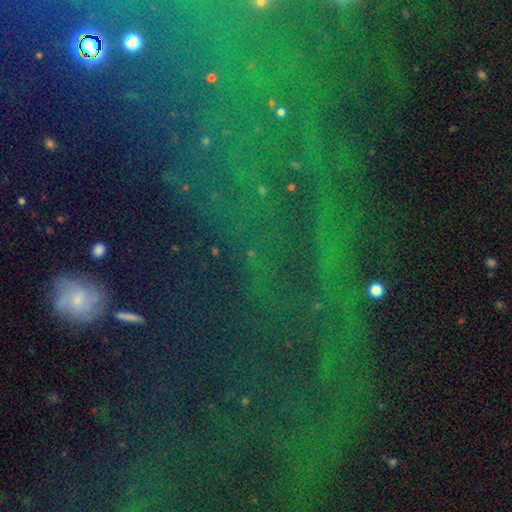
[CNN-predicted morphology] Smooth or featured: star or artifact — 80% (smooth — 10%)